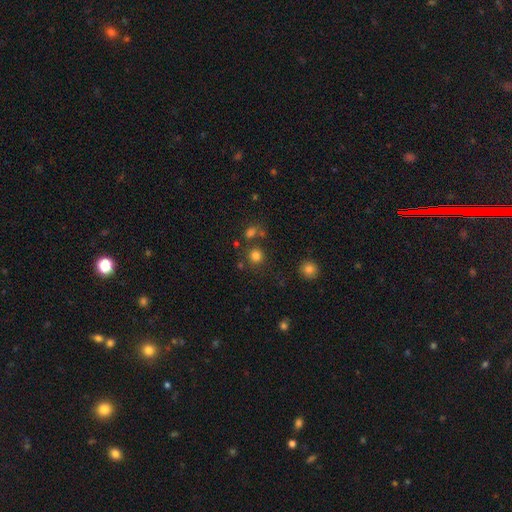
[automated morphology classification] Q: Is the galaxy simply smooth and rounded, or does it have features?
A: smooth — 79%.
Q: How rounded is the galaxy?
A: round — 88%.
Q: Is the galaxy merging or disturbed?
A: none — 76%.